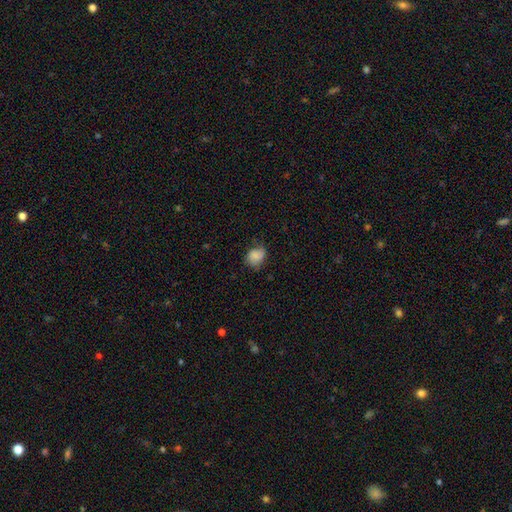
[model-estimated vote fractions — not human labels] This is clearly a smooth galaxy (81%). How rounded: possibly round (53%). Merging: likely none (60%).